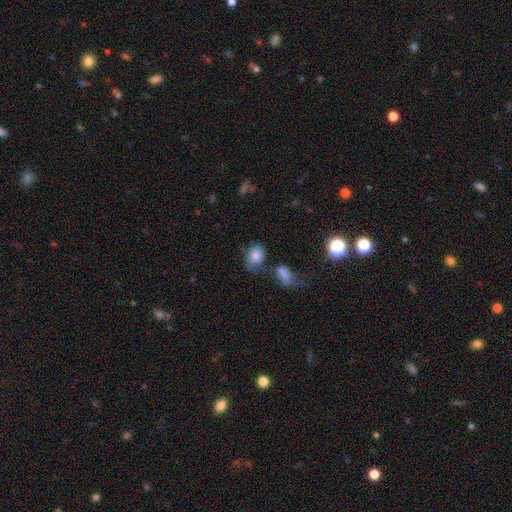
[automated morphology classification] Smooth or featured? smooth (79%)
How rounded? in between (73%)
Merging? none (43%)